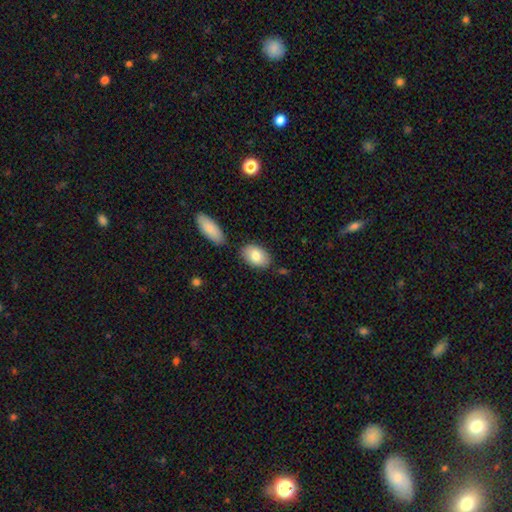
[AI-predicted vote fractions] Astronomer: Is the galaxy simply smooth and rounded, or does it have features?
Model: smooth — 81%.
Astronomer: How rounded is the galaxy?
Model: in between — 89%.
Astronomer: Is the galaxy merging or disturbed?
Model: none — 75%.